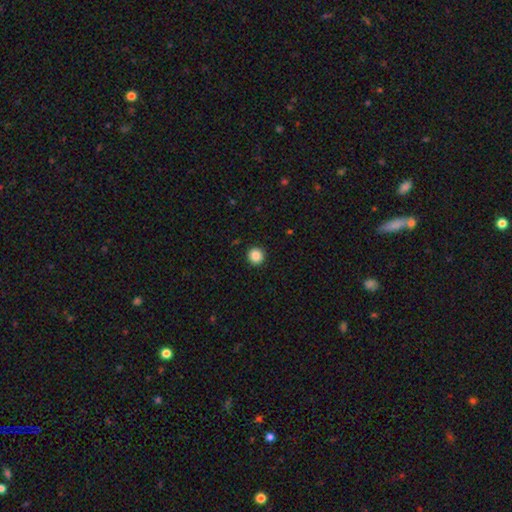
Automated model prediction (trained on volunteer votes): Q: Smooth or featured?
A: smooth (88%); runner-up: star or artifact (10%)
Q: How rounded?
A: round (94%); runner-up: in between (5%)
Q: Merging?
A: none (93%); runner-up: minor disturbance (4%)